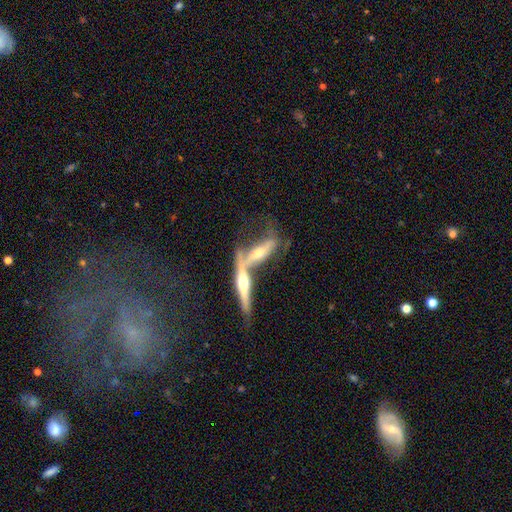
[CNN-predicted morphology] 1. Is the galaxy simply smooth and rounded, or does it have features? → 73% featured or disk, 18% smooth, 9% star or artifact.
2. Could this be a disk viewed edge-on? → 76% yes, 24% no.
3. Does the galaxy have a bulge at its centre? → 88% rounded, 7% none, 5% boxy.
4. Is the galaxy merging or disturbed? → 57% merger, 26% none, 9% minor disturbance, 8% major disturbance.